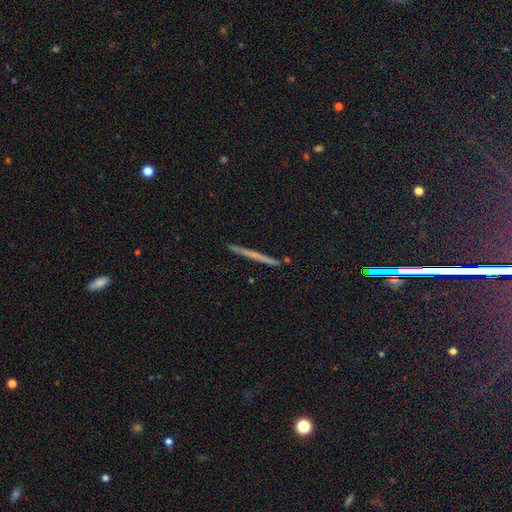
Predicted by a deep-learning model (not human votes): This is possibly a featured or disk galaxy (49%). Merging: clearly none (92%).